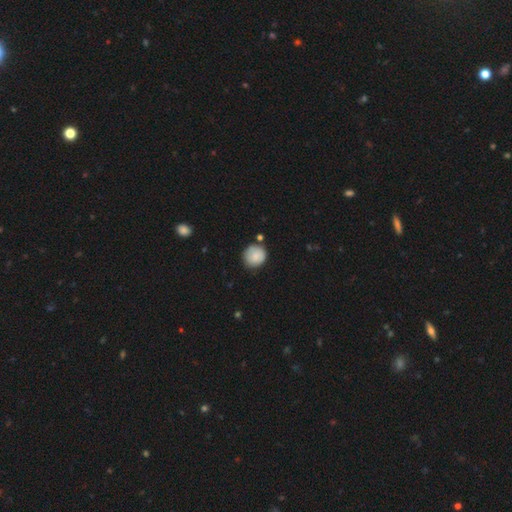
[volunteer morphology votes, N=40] Smooth or featured? 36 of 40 (90%) said smooth. How rounded? 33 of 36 (92%) said round. Merging? 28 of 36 (78%) said none.